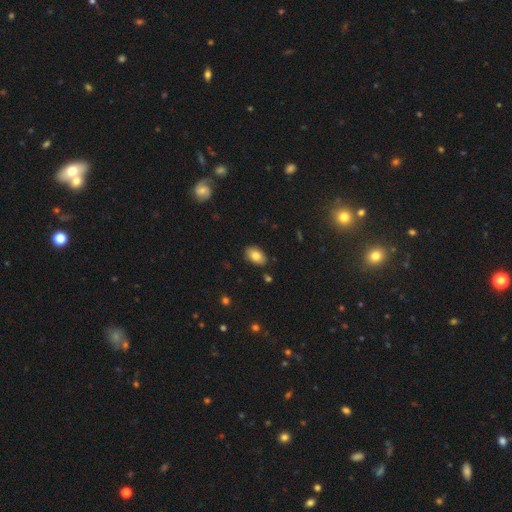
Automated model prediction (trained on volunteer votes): A smooth galaxy with no disk features (81%) that is in between round and cigar-shaped (90%).

Vote fractions:
- Smooth or featured? smooth: 81% / featured or disk: 11% / star or artifact: 8%
- How rounded? in between: 90% / round: 9% / cigar-shaped: 1%
- Merging? none: 85% / minor disturbance: 11% / major disturbance: 2% / merger: 2%